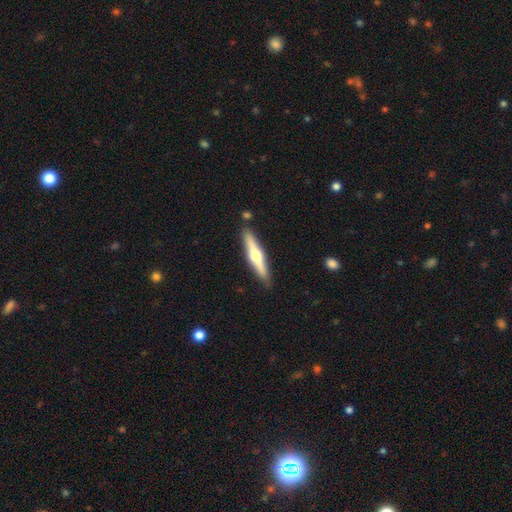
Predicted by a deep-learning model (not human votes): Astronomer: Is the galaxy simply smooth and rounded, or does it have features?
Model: featured or disk — 58% (runner-up: smooth, 37%).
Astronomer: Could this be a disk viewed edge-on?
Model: yes — 96%.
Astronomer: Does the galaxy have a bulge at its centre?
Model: rounded — 92%.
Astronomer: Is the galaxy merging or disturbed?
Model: none — 86%.